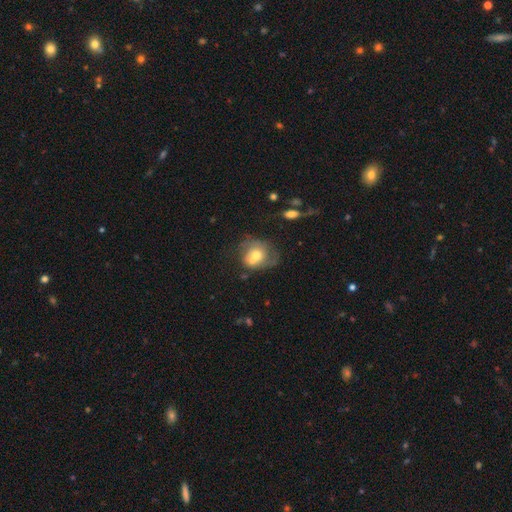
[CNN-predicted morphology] smooth_or_featured: smooth (p=0.50) [alt: featured or disk p=0.41]
merging: merger (p=0.35) [alt: none p=0.31]